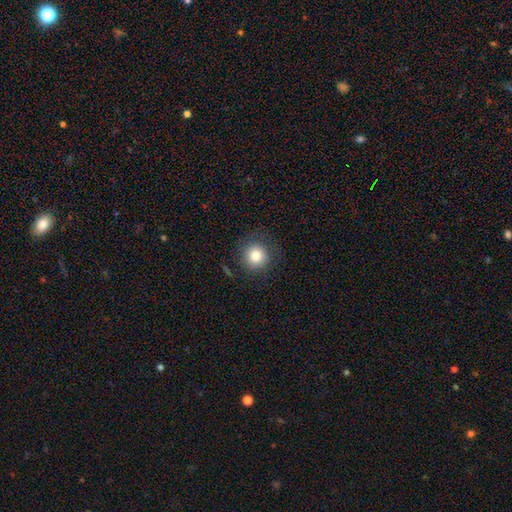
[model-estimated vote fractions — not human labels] A smooth galaxy with no disk features (81%) that is round (93%). Merging: none (85%).